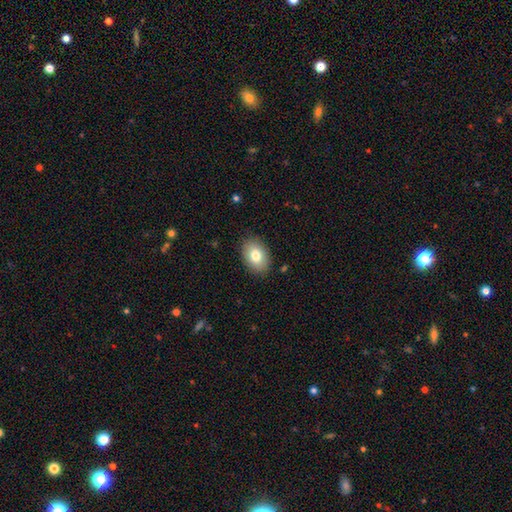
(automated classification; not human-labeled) Smooth or featured? smooth (80%)
How rounded? in between (81%)
Merging? none (87%)